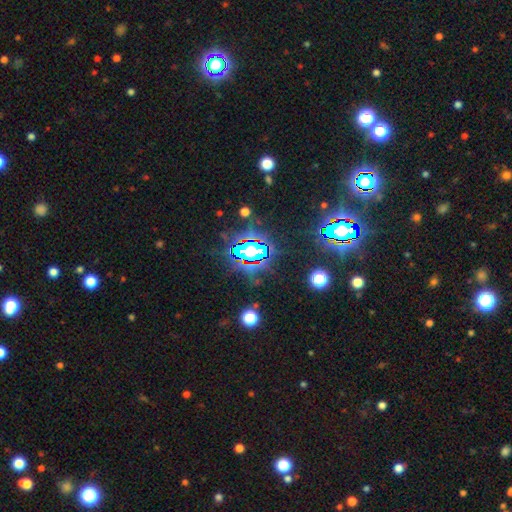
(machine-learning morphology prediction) Smooth or featured? star or artifact (71%)